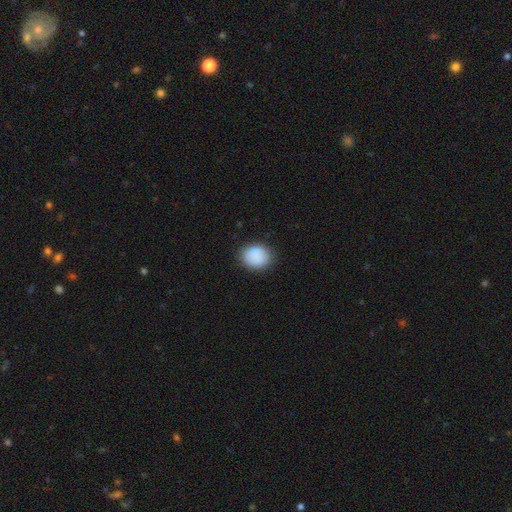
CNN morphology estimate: Smooth or featured?
  - smooth: 87% *
  - star or artifact: 7%
  - featured or disk: 6%
How rounded?
  - round: 52% *
  - in between: 47%
  - cigar-shaped: 1%
Merging?
  - none: 83% *
  - minor disturbance: 13%
  - major disturbance: 3%
  - merger: 1%